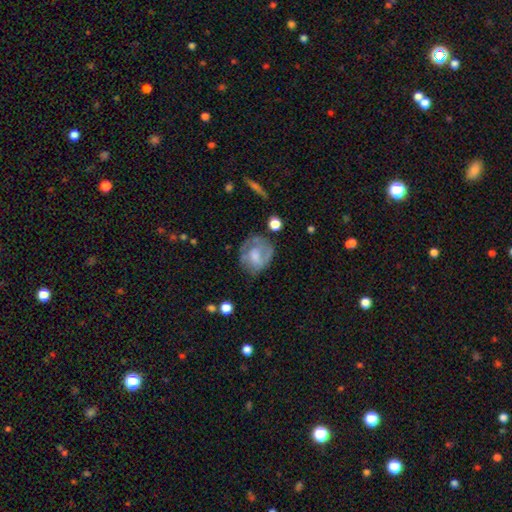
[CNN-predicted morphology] type=featured or disk (48%); merging=none (55%).